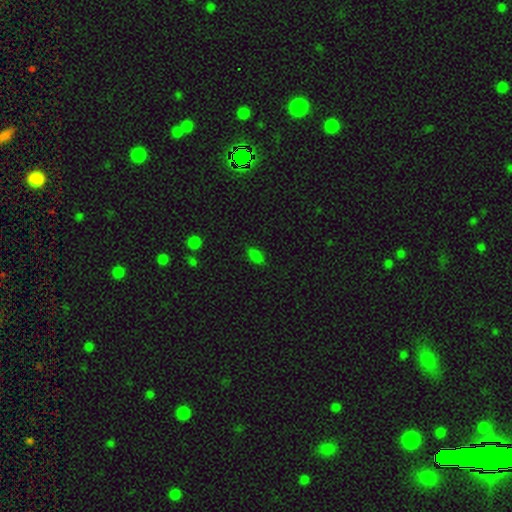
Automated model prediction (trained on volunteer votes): smooth 79%, star or artifact 17%, featured or disk 5%. Down the decision tree: how rounded — in between (88%); merging — none (81%).